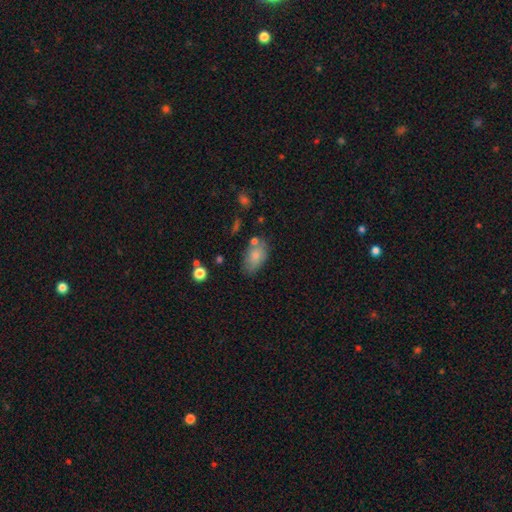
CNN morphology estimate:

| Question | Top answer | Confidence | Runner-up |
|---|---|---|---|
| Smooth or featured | smooth | 79% | featured or disk (14%) |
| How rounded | in between | 91% | round (7%) |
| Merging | none | 60% | minor disturbance (23%) |